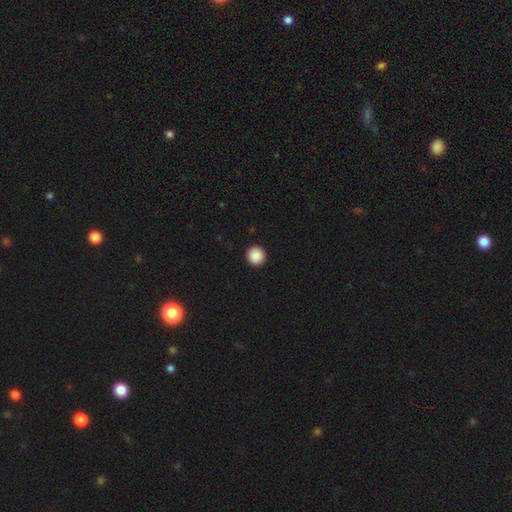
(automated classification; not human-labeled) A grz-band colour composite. It shows a smooth galaxy with no disk features (89%) that is round (95%). Merging: none (93%).